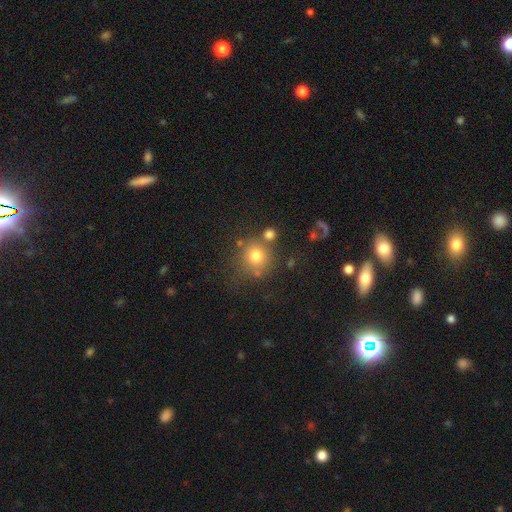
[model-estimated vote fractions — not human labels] smooth-or-featured: smooth: 75% | star or artifact: 14% | featured or disk: 11%
  how-rounded: round: 91% | in between: 8% | cigar-shaped: 1%
  merging: none: 69% | merger: 14% | minor disturbance: 12% | major disturbance: 6%